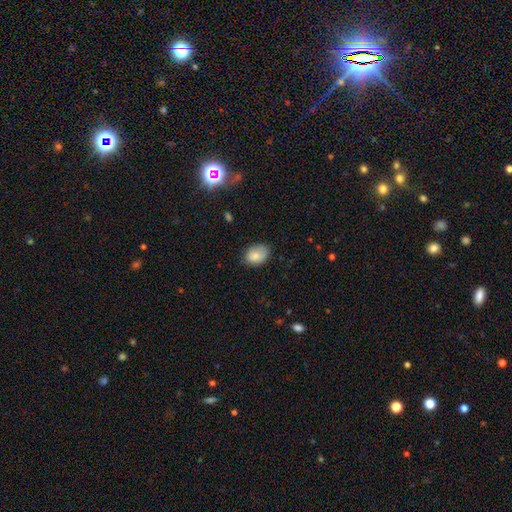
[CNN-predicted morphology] This appears to be a smooth galaxy with no disk features (83%) that is in between round and cigar-shaped (80%). Merging: none (68%).